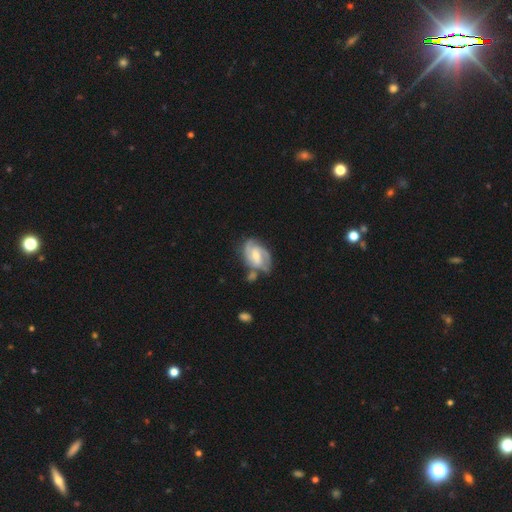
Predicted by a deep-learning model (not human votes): A featured or disk galaxy (82%) with a weak bar (50%), 2 (47%) medium (45%) spiral arms (95%) and a moderate central bulge (54%). Merging: none (52%).